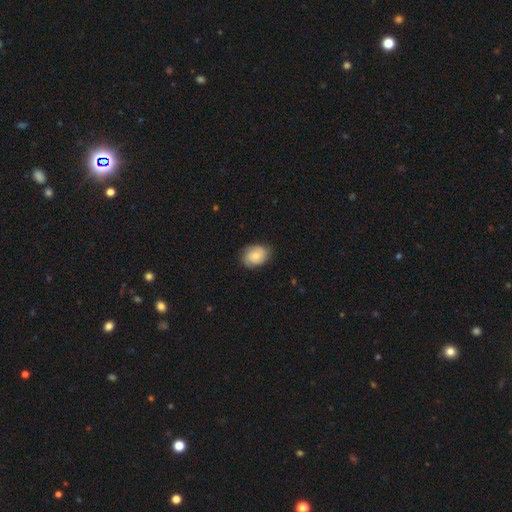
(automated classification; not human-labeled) Morphology: type=smooth (53%); roundness=in between (65%); merging=none (78%).